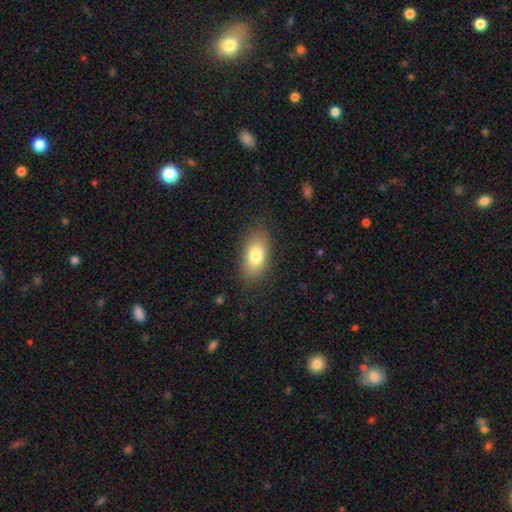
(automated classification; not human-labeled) Smooth or featured: smooth — 78% (featured or disk — 14%)
How rounded: in between — 89% (round — 6%)
Merging: none — 83% (minor disturbance — 12%)